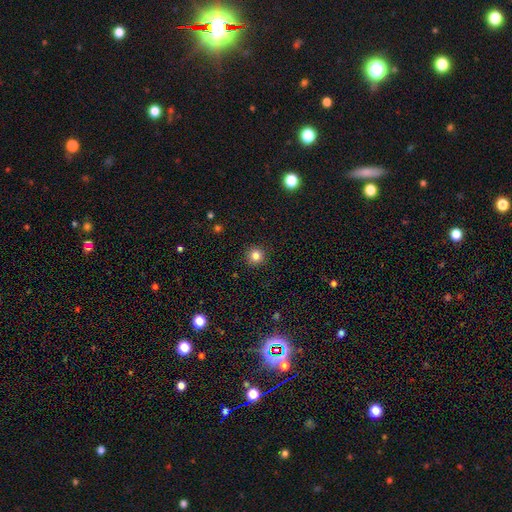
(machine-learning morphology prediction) This appears to be a smooth galaxy with no disk features (83%) that is round (95%). Merging: none (92%).